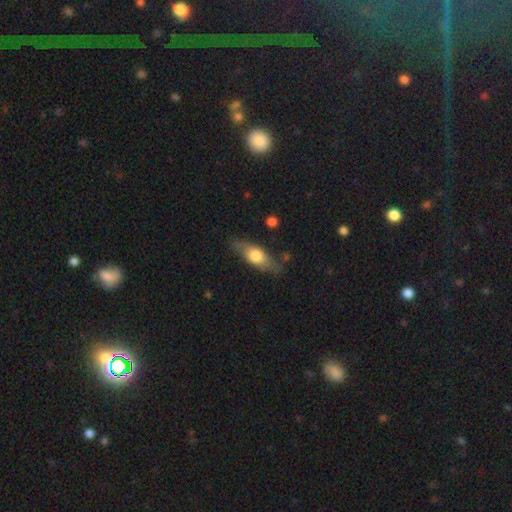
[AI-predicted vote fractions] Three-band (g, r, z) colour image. It shows a smooth galaxy with no disk features (60%) that is in between round and cigar-shaped (64%). Merging: none (74%).